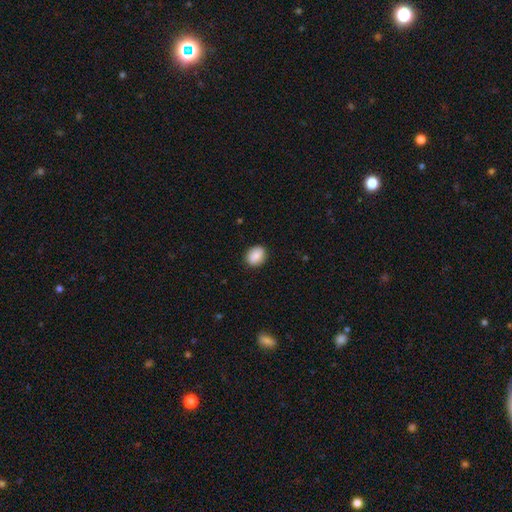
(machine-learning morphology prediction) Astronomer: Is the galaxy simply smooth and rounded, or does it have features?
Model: smooth — 87%.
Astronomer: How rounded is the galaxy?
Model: round — 52% (runner-up: in between, 47%).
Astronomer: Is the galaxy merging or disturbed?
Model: none — 88%.